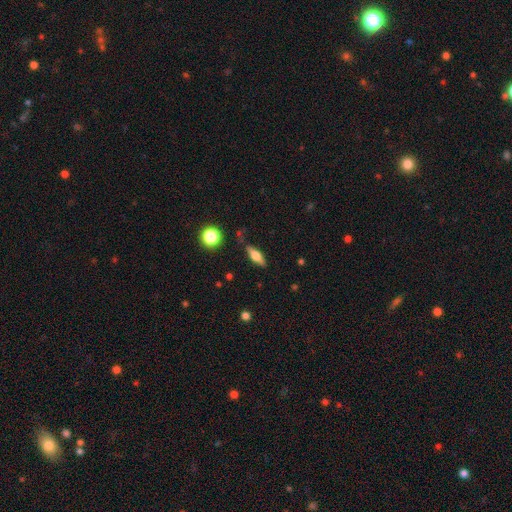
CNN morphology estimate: Smooth or featured: featured or disk — 48% (smooth — 44%)
Merging: none — 80% (minor disturbance — 14%)